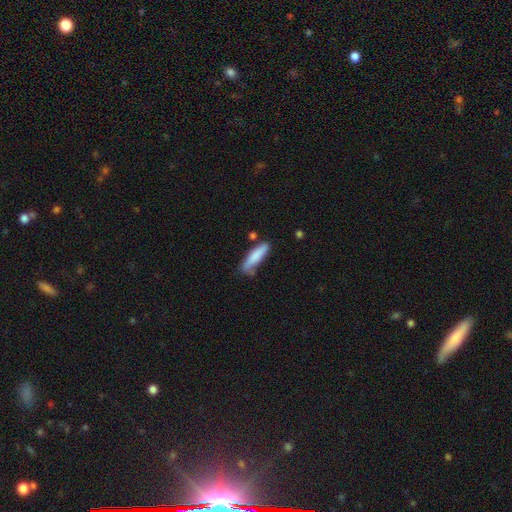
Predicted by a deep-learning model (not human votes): Smooth or featured? smooth (80%)
How rounded? cigar-shaped (70%)
Merging? none (54%)